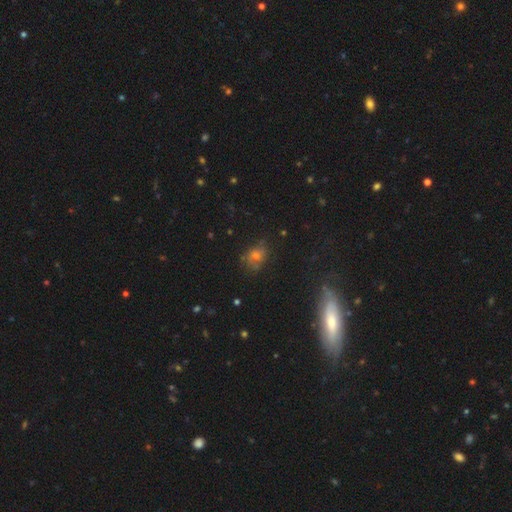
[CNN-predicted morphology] Smooth or featured? Predicted: smooth (p=0.51). How rounded? Predicted: round (p=0.52). Merging? Predicted: none (p=0.63).